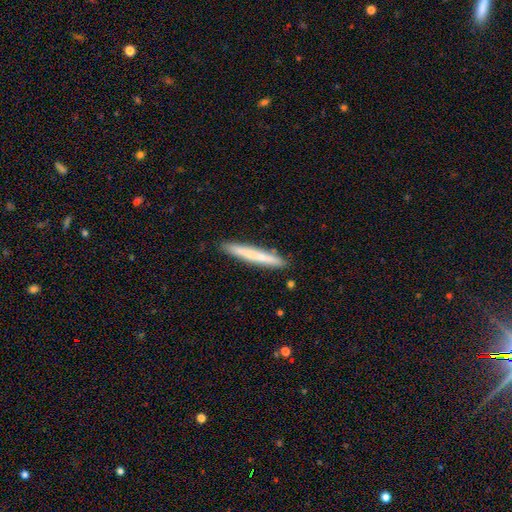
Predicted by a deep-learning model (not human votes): smooth_or_featured: smooth (p=0.61) [alt: featured or disk p=0.33]
how_rounded: cigar-shaped (p=0.97) [alt: in between p=0.02]
merging: none (p=0.90) [alt: minor disturbance p=0.07]